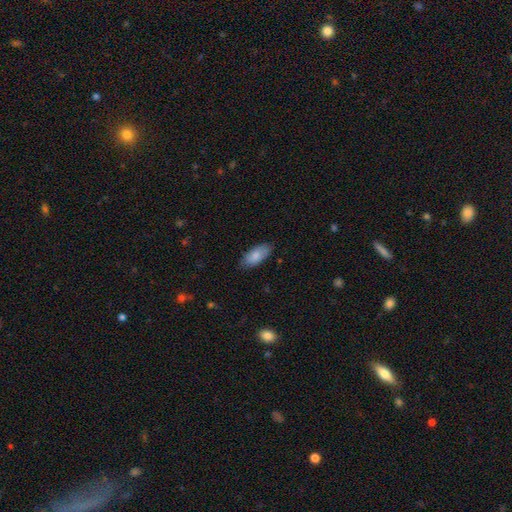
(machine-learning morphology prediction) Smooth or featured? smooth (81%)
How rounded? in between (89%)
Merging? none (80%)